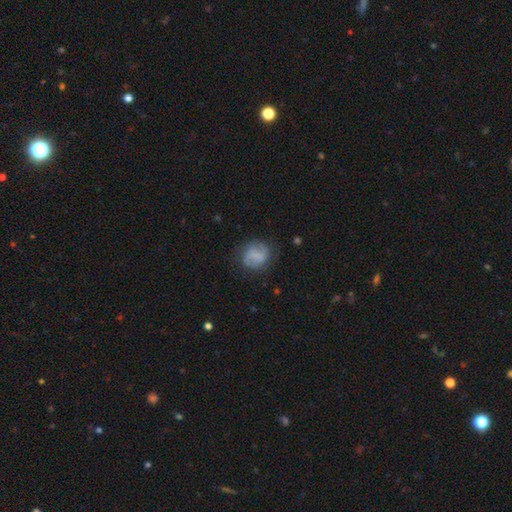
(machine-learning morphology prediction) A smooth galaxy with no disk features (53%) that is round (71%).

Vote fractions:
- Smooth or featured? smooth: 53% / featured or disk: 38% / star or artifact: 9%
- How rounded? round: 71% / in between: 28% / cigar-shaped: 1%
- Merging? none: 71% / minor disturbance: 19% / major disturbance: 9% / merger: 2%